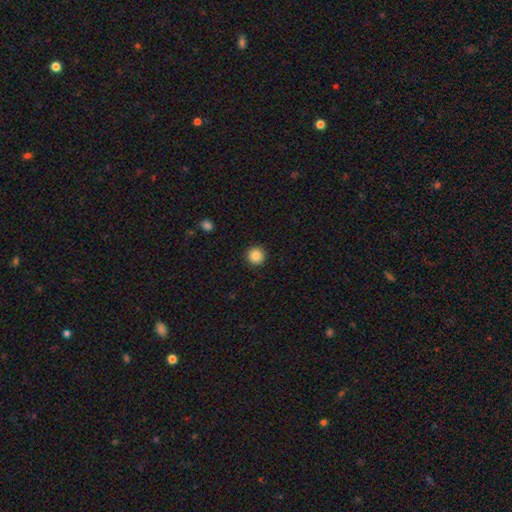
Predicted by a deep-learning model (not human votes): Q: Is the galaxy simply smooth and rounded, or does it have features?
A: smooth — 86%.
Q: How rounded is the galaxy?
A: round — 95%.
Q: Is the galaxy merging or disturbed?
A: none — 92%.